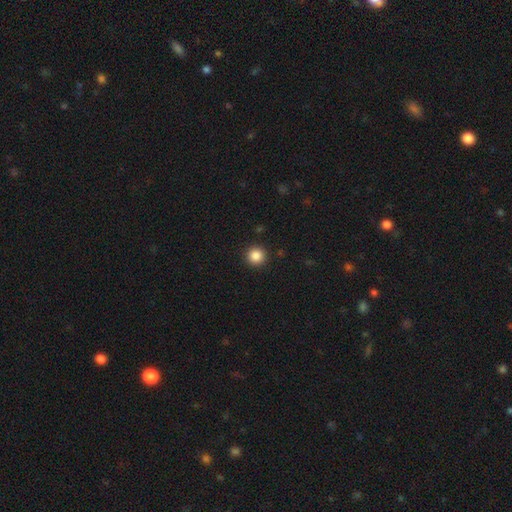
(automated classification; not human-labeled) Smooth or featured? smooth (86%)
How rounded? round (95%)
Merging? none (93%)